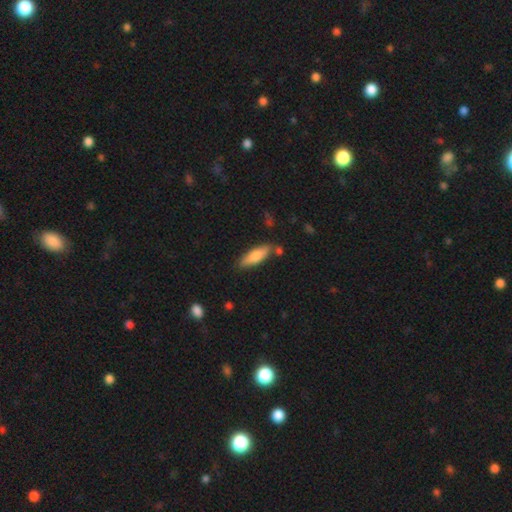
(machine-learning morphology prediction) A smooth galaxy with no disk features (72%) that is cigar-shaped (56%).

Vote fractions:
- Smooth or featured? smooth: 72% / featured or disk: 22% / star or artifact: 6%
- How rounded? cigar-shaped: 56% / in between: 42% / round: 2%
- Merging? none: 79% / minor disturbance: 13% / merger: 5% / major disturbance: 3%